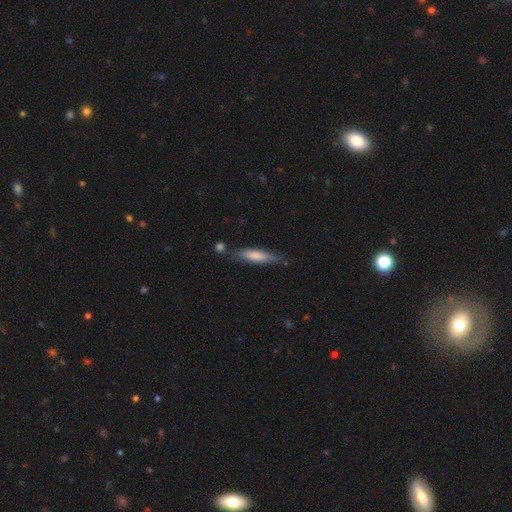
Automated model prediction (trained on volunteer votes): Smooth or featured? smooth (72%)
How rounded? cigar-shaped (74%)
Merging? none (70%)